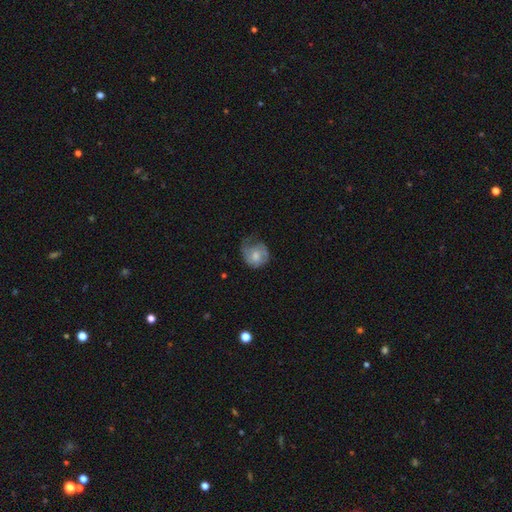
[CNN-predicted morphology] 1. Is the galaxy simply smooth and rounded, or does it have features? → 51% smooth, 42% featured or disk, 7% star or artifact.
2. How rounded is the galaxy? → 71% round, 28% in between, 1% cigar-shaped.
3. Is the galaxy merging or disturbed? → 37% none, 31% minor disturbance, 30% major disturbance, 2% merger.